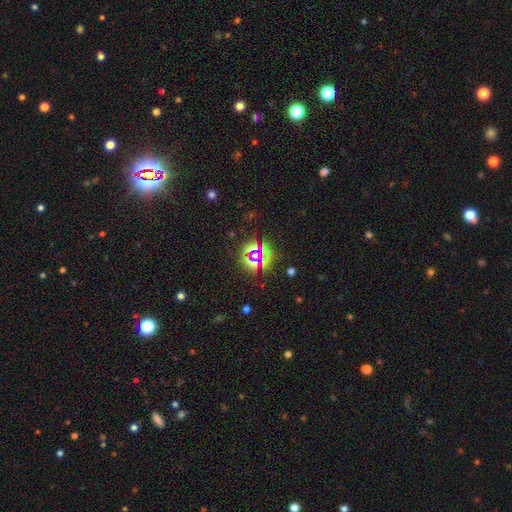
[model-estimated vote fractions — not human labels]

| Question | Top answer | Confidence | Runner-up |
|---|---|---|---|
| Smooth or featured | star or artifact | 76% | smooth (15%) |